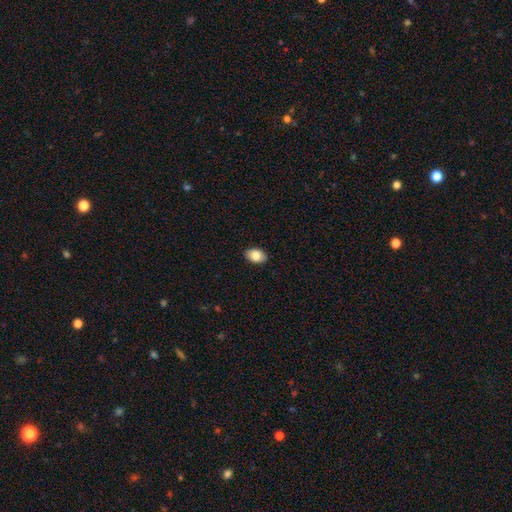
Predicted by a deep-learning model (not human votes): smooth_or_featured: smooth (p=0.83) [alt: featured or disk p=0.09]
how_rounded: in between (p=0.87) [alt: round p=0.11]
merging: none (p=0.90) [alt: minor disturbance p=0.07]